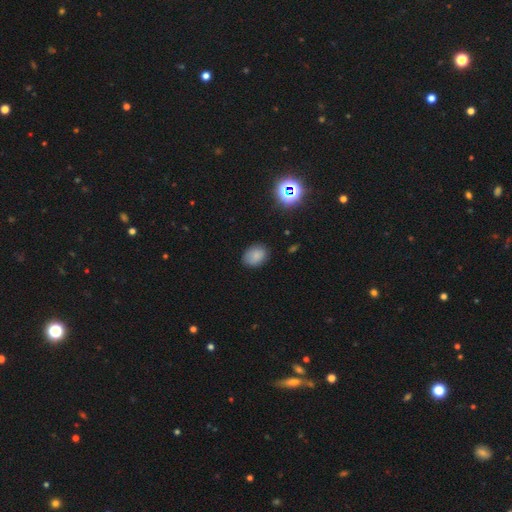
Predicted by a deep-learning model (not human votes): Smooth or featured? Predicted: smooth (p=0.81). How rounded? Predicted: in between (p=0.72). Merging? Predicted: none (p=0.82).